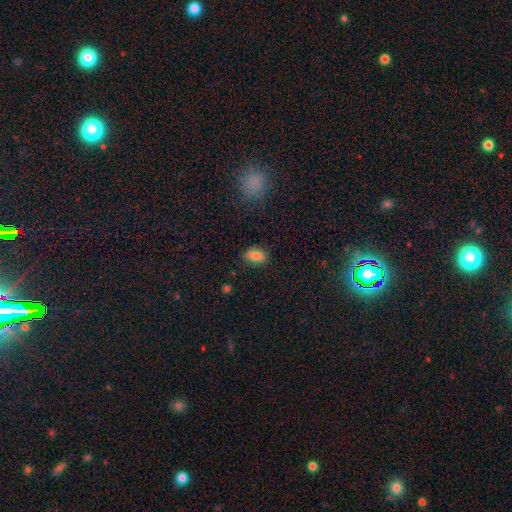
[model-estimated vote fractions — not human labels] A smooth galaxy with no disk features (83%) that is in between round and cigar-shaped (86%).

Vote fractions:
- Smooth or featured? smooth: 83% / star or artifact: 9% / featured or disk: 8%
- How rounded? in between: 86% / round: 12% / cigar-shaped: 2%
- Merging? none: 84% / minor disturbance: 12% / major disturbance: 3% / merger: 1%